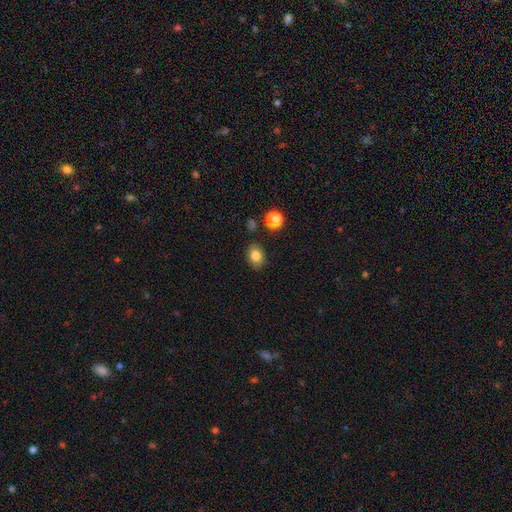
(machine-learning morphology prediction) The model was most divided on "how rounded": in between: 63%, round: 36%, cigar-shaped: 1%. More confident: merging — none (85%); smooth or featured — smooth (82%).